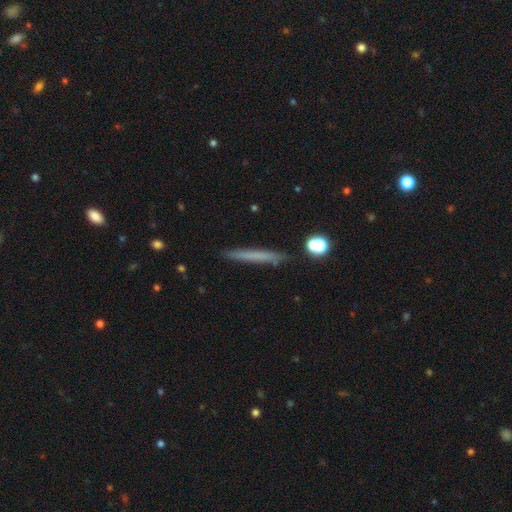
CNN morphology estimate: A smooth galaxy with no disk features (62%) that is cigar-shaped (96%).

Vote fractions:
- Smooth or featured? smooth: 62% / featured or disk: 31% / star or artifact: 7%
- How rounded? cigar-shaped: 96% / in between: 2% / round: 2%
- Merging? none: 89% / minor disturbance: 8% / merger: 2% / major disturbance: 2%